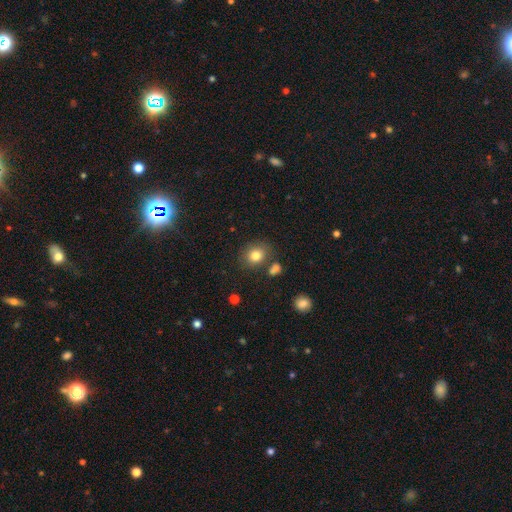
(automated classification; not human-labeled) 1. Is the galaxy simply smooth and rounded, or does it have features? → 82% smooth, 11% star or artifact, 7% featured or disk.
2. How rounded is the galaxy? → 66% round, 33% in between, 1% cigar-shaped.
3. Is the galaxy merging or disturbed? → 76% none, 12% minor disturbance, 8% merger, 4% major disturbance.